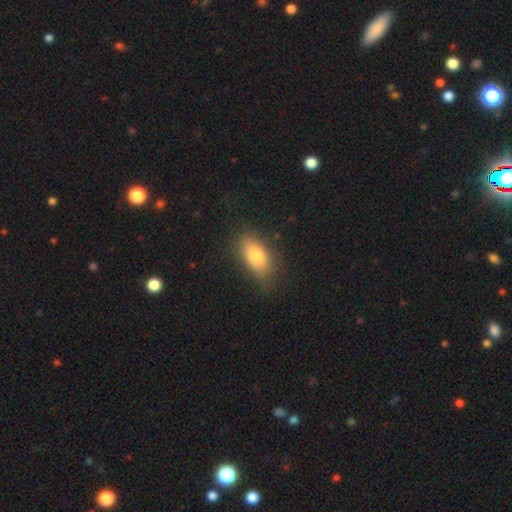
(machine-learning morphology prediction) Smooth or featured?
  - smooth: 79% *
  - featured or disk: 13%
  - star or artifact: 8%
How rounded?
  - in between: 88% *
  - cigar-shaped: 6%
  - round: 6%
Merging?
  - none: 79% *
  - minor disturbance: 16%
  - major disturbance: 4%
  - merger: 1%